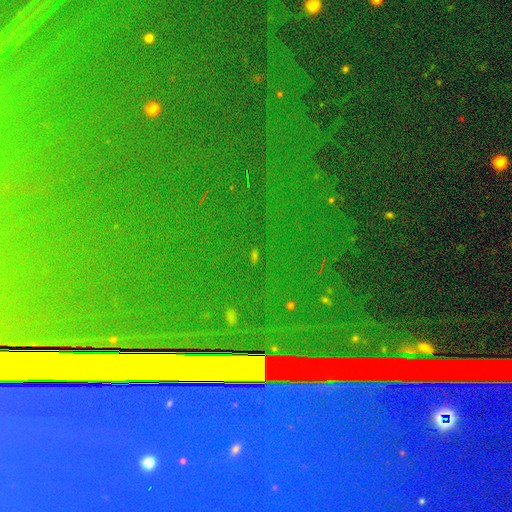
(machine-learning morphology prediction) This is clearly a star or artifact rather than a galaxy (84%).